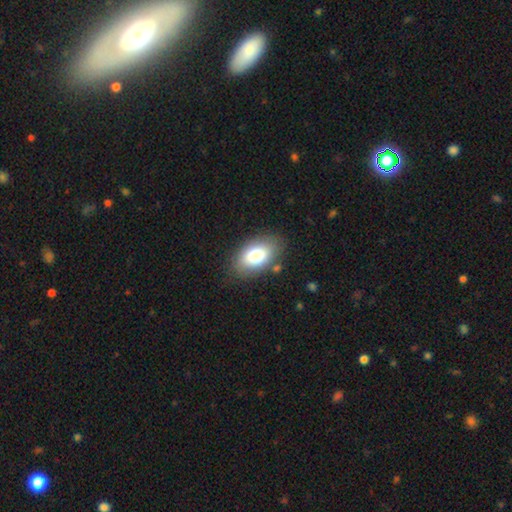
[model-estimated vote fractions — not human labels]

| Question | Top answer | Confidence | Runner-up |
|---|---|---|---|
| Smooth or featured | smooth | 77% | featured or disk (15%) |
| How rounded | in between | 91% | round (7%) |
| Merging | none | 81% | minor disturbance (12%) |